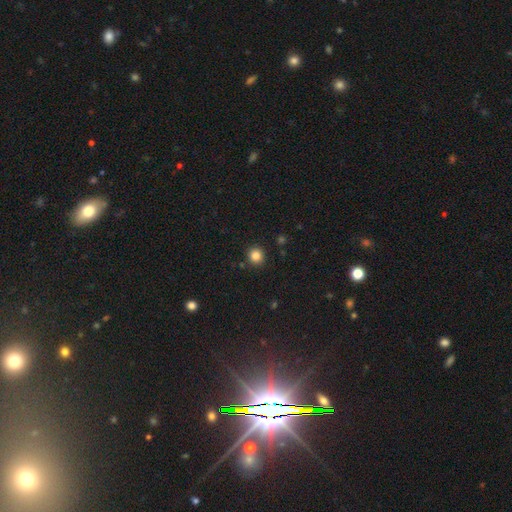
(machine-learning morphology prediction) This is clearly a smooth galaxy (83%). How rounded: clearly round (92%). Merging: clearly none (91%).